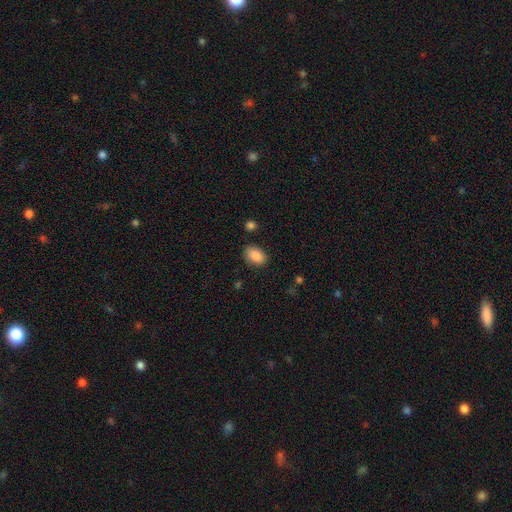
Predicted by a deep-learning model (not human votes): Smooth or featured: smooth — 88% (star or artifact — 7%)
How rounded: in between — 87% (round — 11%)
Merging: none — 82% (minor disturbance — 13%)